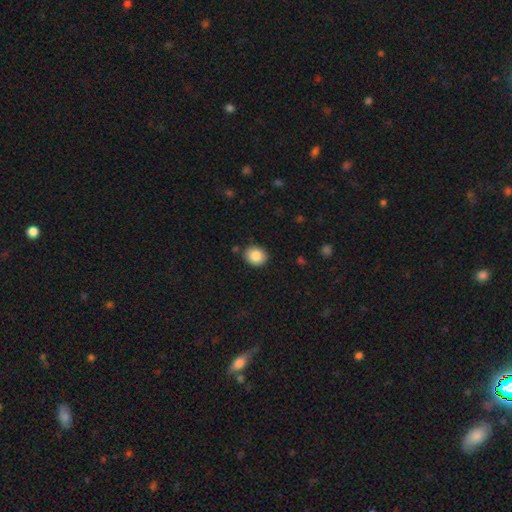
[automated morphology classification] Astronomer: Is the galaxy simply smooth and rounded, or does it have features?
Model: smooth — 86%.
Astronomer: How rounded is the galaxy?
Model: round — 65%.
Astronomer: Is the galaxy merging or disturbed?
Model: none — 85%.